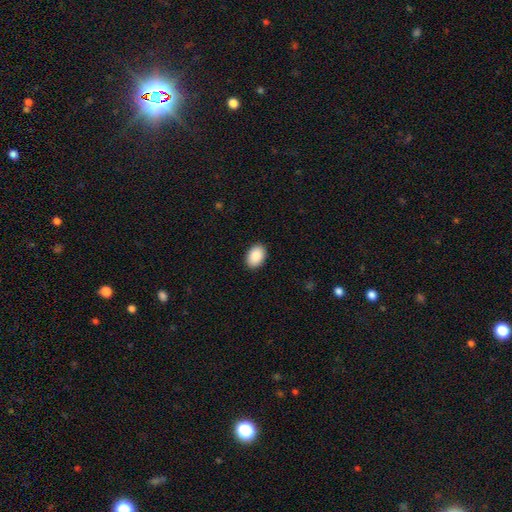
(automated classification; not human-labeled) smooth_or_featured: smooth (p=0.90) [alt: star or artifact p=0.06]
how_rounded: in between (p=0.87) [alt: round p=0.12]
merging: none (p=0.90) [alt: minor disturbance p=0.07]